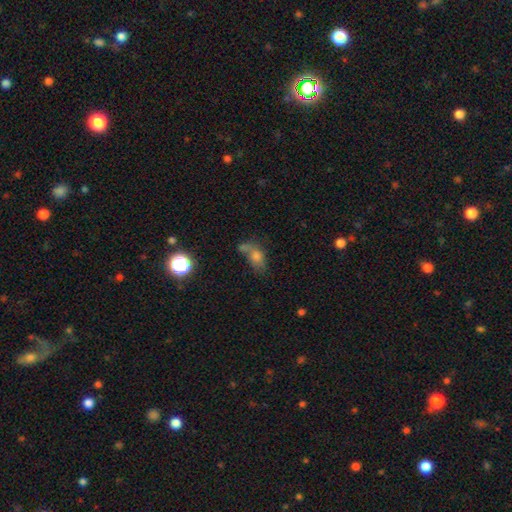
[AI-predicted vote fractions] This is likely a smooth galaxy (60%). How rounded: likely in between (66%). Merging: marginally none (41%).